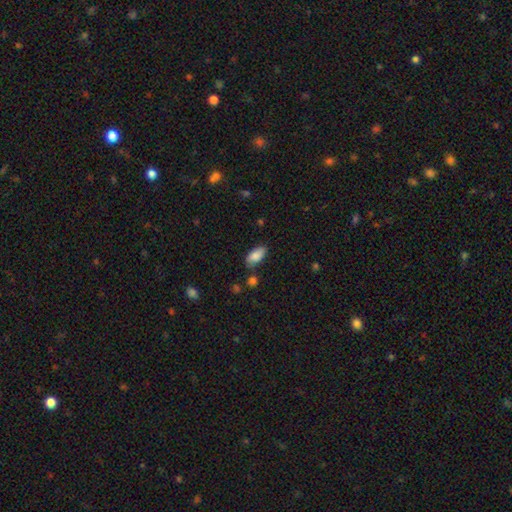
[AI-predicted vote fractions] Overall: smooth (85%). How rounded: in between (91%). Merging: none (73%).